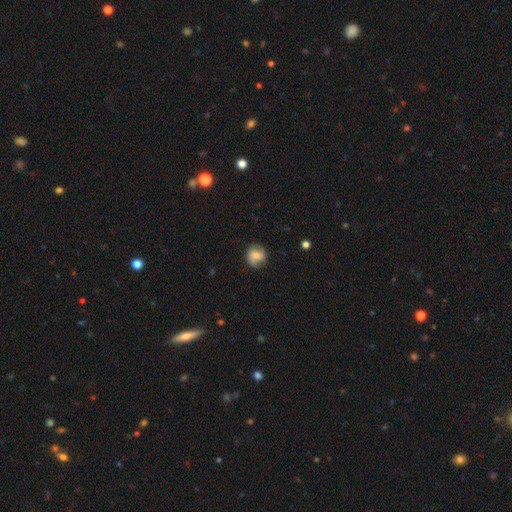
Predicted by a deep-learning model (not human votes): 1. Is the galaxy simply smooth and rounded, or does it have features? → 72% smooth, 19% featured or disk, 9% star or artifact.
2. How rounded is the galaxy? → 83% round, 16% in between, 1% cigar-shaped.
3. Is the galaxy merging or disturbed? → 77% none, 18% minor disturbance, 4% major disturbance, 1% merger.